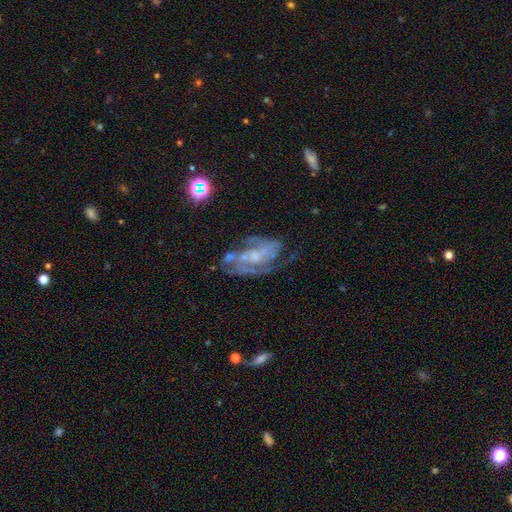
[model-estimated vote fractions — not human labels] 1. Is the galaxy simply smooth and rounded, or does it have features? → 78% featured or disk, 12% smooth, 10% star or artifact.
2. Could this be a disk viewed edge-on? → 95% no, 5% yes.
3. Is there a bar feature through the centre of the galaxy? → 62% no, 30% weak, 8% strong.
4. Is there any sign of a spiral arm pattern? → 79% yes, 21% no.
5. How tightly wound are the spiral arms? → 42% medium, 40% tight, 18% loose.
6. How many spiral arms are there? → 38% can't tell, 32% 2, 14% 3, 6% 1, 5% 4, 4% more than 4.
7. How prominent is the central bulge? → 56% small, 25% moderate, 15% none, 2% large, 1% dominant.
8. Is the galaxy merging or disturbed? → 51% none, 22% minor disturbance, 20% major disturbance, 7% merger.